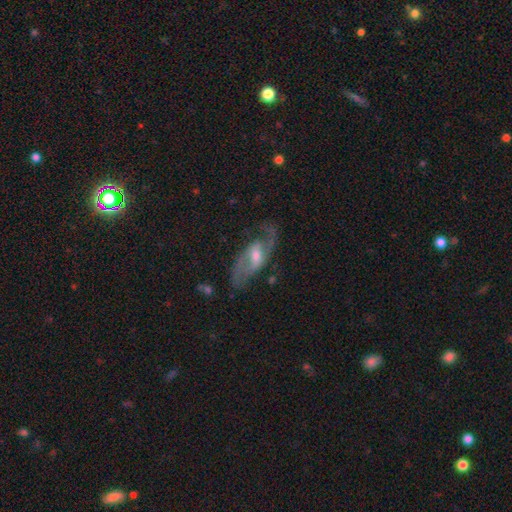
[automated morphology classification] Overall: featured or disk (83%). Edge-on disk: no (91%). Bar: weak (51%; no 27%). Spiral arms: yes (91%). Spiral arm count: 2 (86%). Spiral winding: medium (49%; loose 36%). Bulge size: moderate (58%; small 31%). Merging: none (70%).